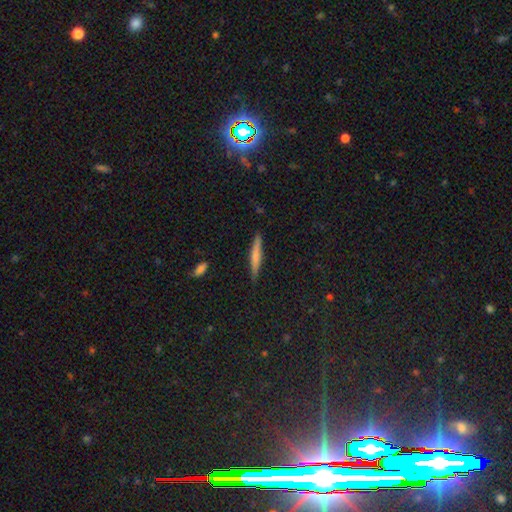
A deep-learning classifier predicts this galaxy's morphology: Smooth or featured? Predicted: smooth (p=0.57). How rounded? Predicted: cigar-shaped (p=0.93). Merging? Predicted: none (p=0.88).